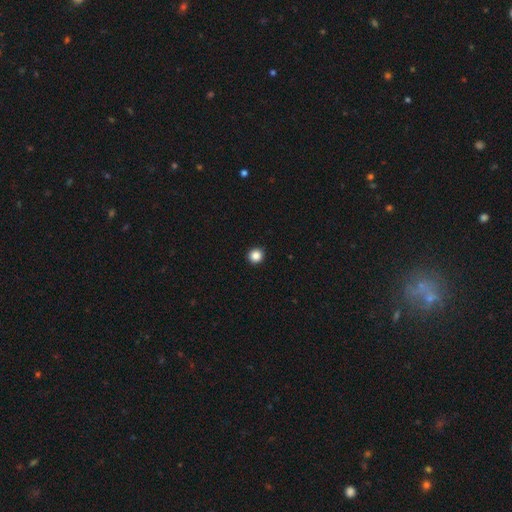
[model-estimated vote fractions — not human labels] smooth_or_featured: smooth (p=0.86) [alt: star or artifact p=0.11]
how_rounded: round (p=0.94) [alt: in between p=0.05]
merging: none (p=0.94) [alt: minor disturbance p=0.04]